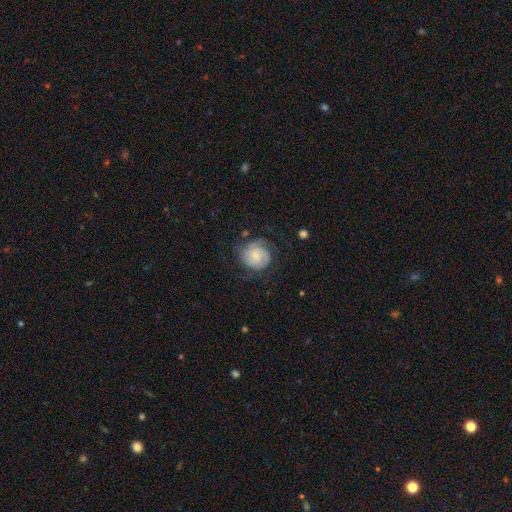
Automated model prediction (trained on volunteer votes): This appears to be a featured or disk galaxy (65%) with no bar (71%), 2 (42%) tight (57%) spiral arms (92%) and a small central bulge (66%). Merging: none (62%).